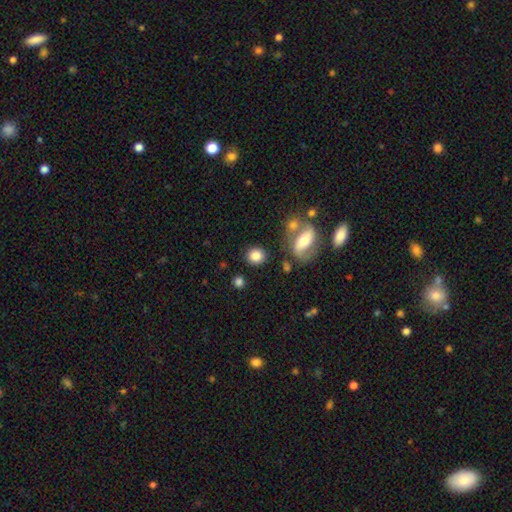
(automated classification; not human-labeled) This appears to be a smooth galaxy with no disk features (82%) that is round (81%). Merging: none (79%).